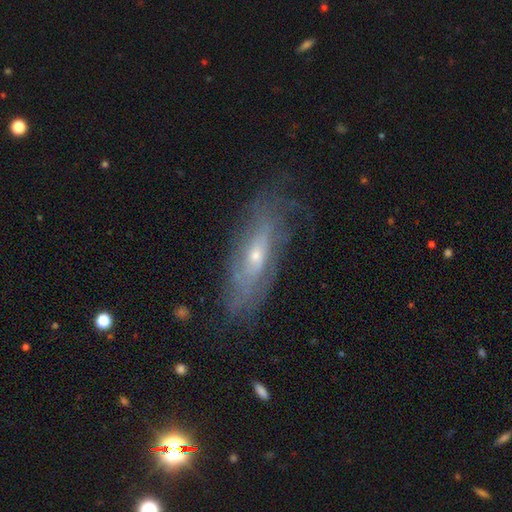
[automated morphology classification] smooth_or_featured: featured or disk (p=0.73) [alt: smooth p=0.19]
disk_edge_on: no (p=0.65) [alt: yes p=0.35]
merging: none (p=0.75) [alt: minor disturbance p=0.18]